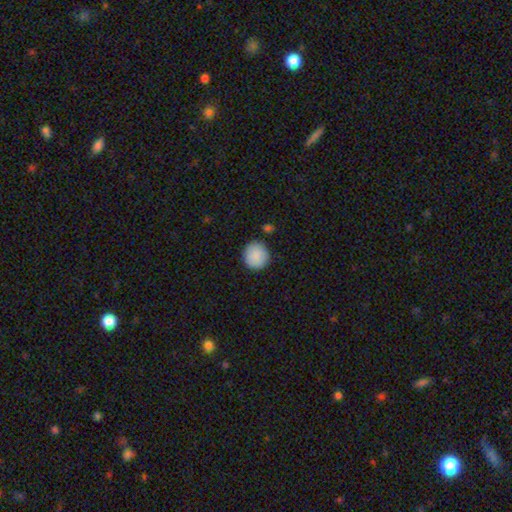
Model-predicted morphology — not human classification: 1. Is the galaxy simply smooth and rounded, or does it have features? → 89% smooth, 7% star or artifact, 4% featured or disk.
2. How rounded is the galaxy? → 92% round, 7% in between, 1% cigar-shaped.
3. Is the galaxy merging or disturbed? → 87% none, 8% minor disturbance, 2% merger, 2% major disturbance.